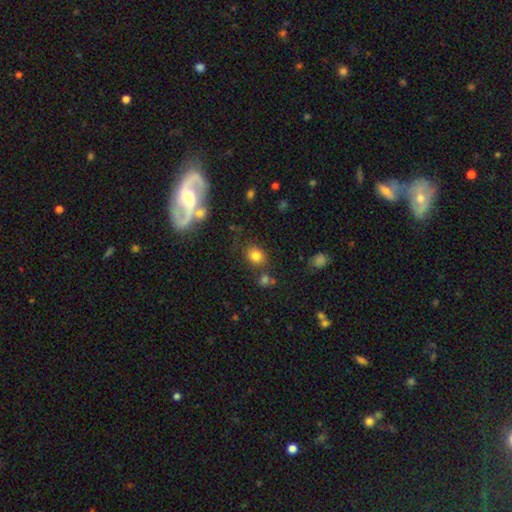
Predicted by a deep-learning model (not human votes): This appears to be a smooth galaxy with no disk features (79%) that is round (64%). Merging: none (75%).